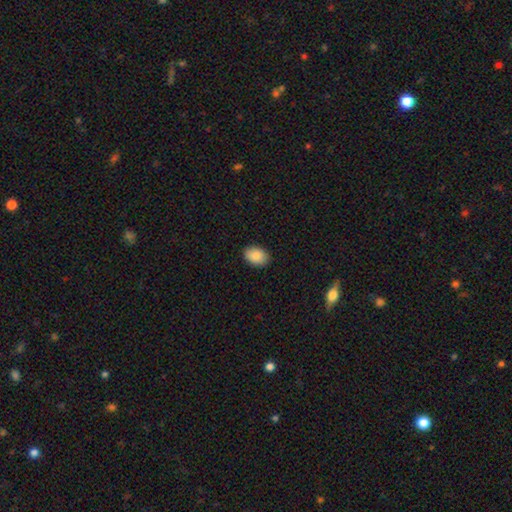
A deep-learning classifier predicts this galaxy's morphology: Smooth or featured? smooth (87%)
How rounded? in between (83%)
Merging? none (89%)